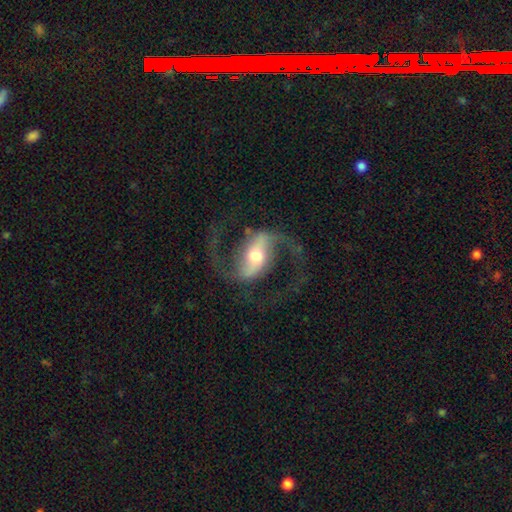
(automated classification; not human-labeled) featured or disk 92%, star or artifact 4%, smooth 4%. Down the decision tree: edge-on disk — no (97%); bar — strong (56%); spiral arms — yes (97%); spiral arm count — 2 (94%); spiral winding — medium (54%); bulge size — moderate (63%); merging — none (79%).